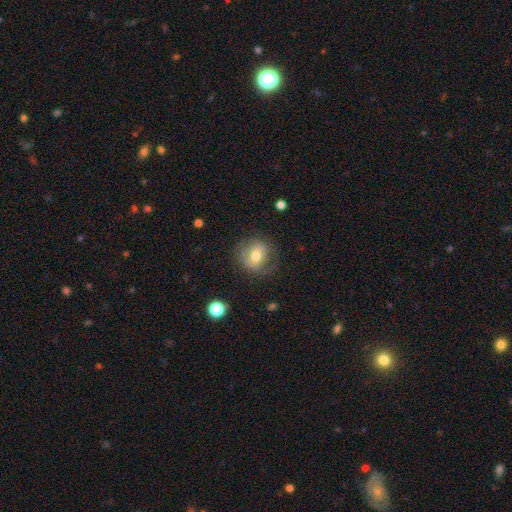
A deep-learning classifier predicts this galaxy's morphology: Smooth or featured? Predicted: smooth (p=0.61). How rounded? Predicted: round (p=0.75). Merging? Predicted: none (p=0.71).